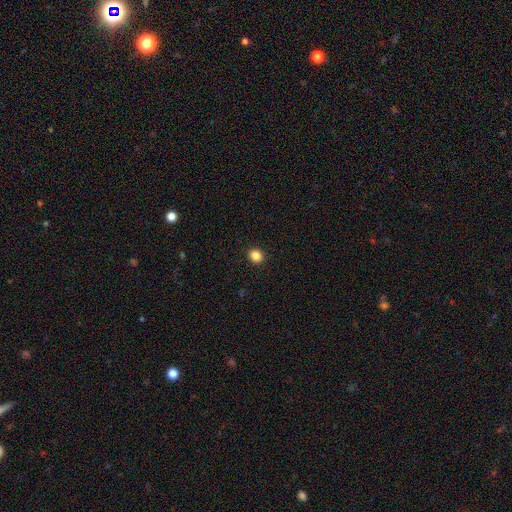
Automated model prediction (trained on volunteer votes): Smooth or featured? smooth (85%)
How rounded? round (84%)
Merging? none (93%)